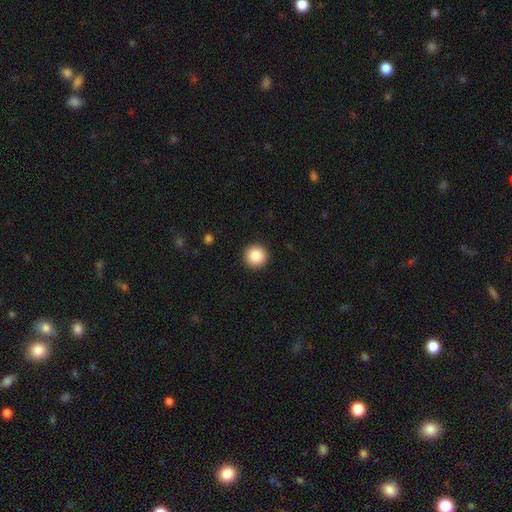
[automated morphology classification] smooth 86%, star or artifact 9%, featured or disk 5%. Down the decision tree: how rounded — round (96%); merging — none (93%).